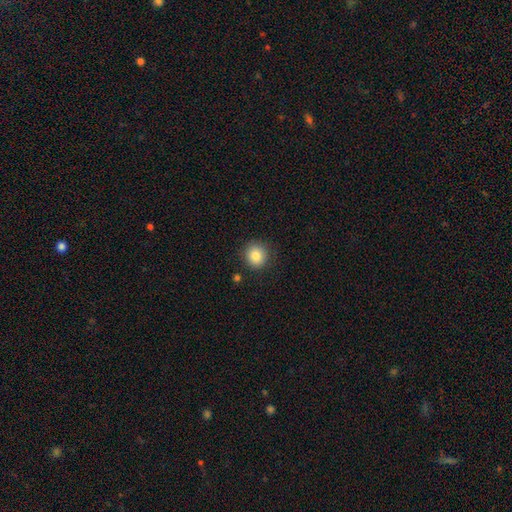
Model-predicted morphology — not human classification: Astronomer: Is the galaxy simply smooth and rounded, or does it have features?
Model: smooth — 84%.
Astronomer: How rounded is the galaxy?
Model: round — 91%.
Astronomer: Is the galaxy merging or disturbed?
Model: none — 86%.